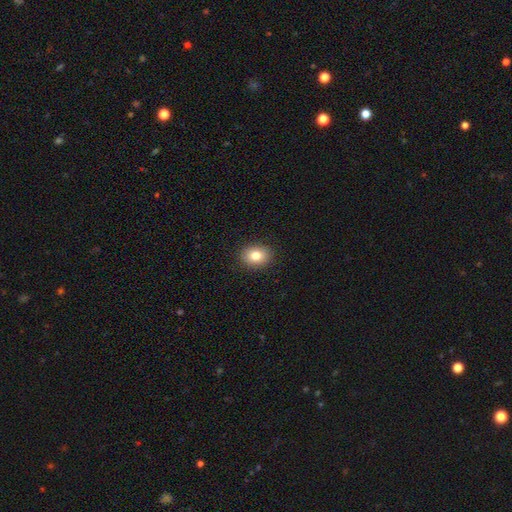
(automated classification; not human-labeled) Smooth or featured: smooth — 81% (star or artifact — 10%)
How rounded: round — 50% (in between — 49%)
Merging: none — 90% (minor disturbance — 7%)